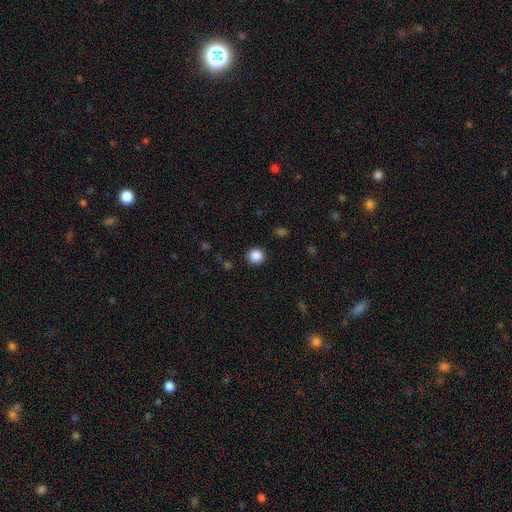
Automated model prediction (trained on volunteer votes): Overall: smooth (87%). How rounded: round (95%). Merging: none (91%).